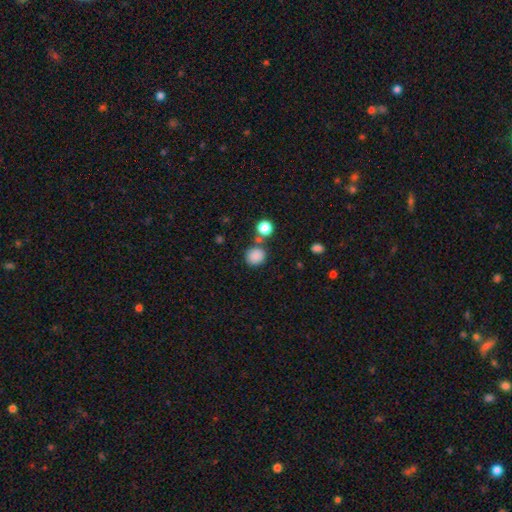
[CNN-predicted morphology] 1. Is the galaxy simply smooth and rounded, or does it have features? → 85% smooth, 11% star or artifact, 4% featured or disk.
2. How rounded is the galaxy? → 84% round, 15% in between, 1% cigar-shaped.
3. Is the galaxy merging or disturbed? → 73% none, 12% merger, 11% minor disturbance, 4% major disturbance.